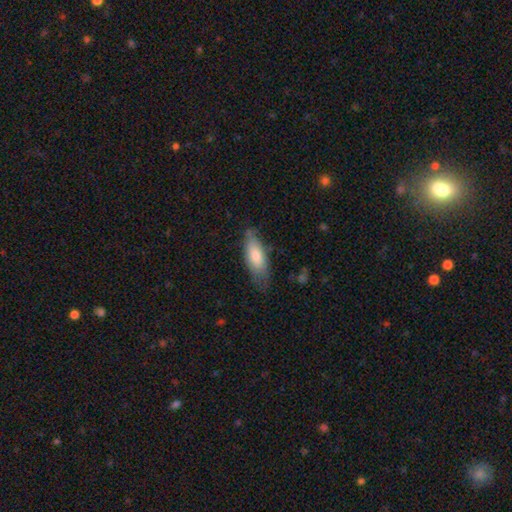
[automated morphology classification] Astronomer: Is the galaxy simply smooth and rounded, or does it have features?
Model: smooth — 76%.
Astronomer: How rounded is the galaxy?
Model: in between — 69%.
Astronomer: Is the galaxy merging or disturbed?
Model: none — 66%.